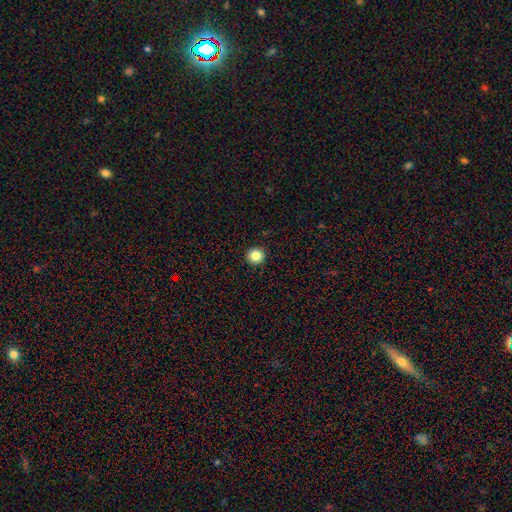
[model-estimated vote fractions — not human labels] A smooth galaxy with no disk features (85%) that is round (95%).

Vote fractions:
- Smooth or featured? smooth: 85% / star or artifact: 11% / featured or disk: 5%
- How rounded? round: 95% / in between: 4% / cigar-shaped: 1%
- Merging? none: 93% / minor disturbance: 4% / major disturbance: 1% / merger: 1%